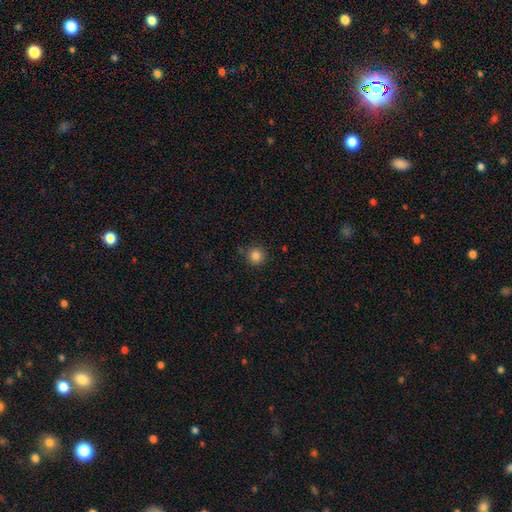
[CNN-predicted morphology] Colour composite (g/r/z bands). It shows a smooth galaxy with no disk features (85%) that is round (94%). Merging: none (84%).